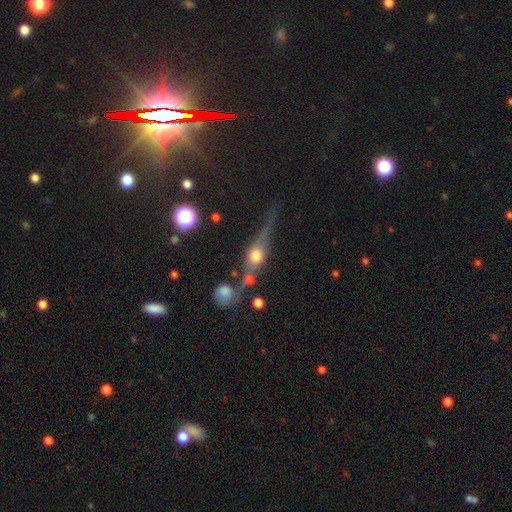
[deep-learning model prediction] featured or disk 62%, smooth 28%, star or artifact 11%. Down the decision tree: edge-on disk — yes (81%); edge-on bulge — rounded (93%); merging — none (53%).